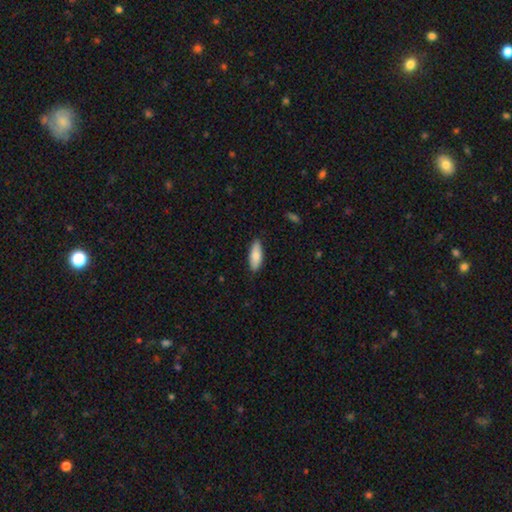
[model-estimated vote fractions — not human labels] smooth 82%, featured or disk 13%, star or artifact 6%. Down the decision tree: how rounded — in between (72%); merging — none (86%).